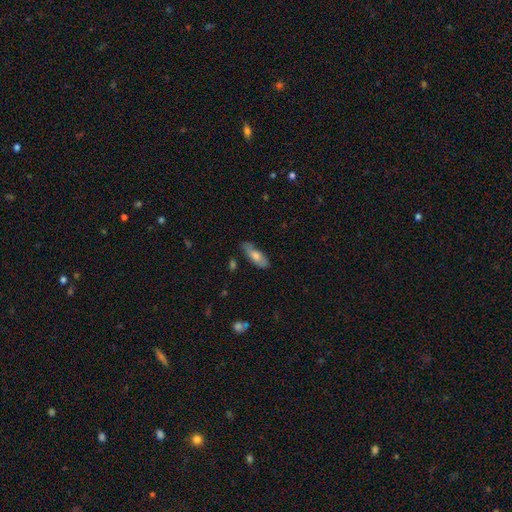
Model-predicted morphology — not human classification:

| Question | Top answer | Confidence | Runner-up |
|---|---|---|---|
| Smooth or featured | smooth | 62% | featured or disk (31%) |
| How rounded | in between | 66% | cigar-shaped (32%) |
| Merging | none | 77% | minor disturbance (18%) |